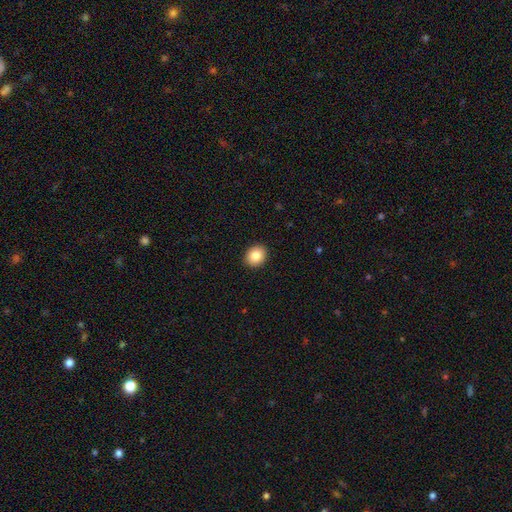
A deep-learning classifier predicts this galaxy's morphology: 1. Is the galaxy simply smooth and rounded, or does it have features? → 85% smooth, 9% star or artifact, 7% featured or disk.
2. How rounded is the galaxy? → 64% round, 36% in between, 1% cigar-shaped.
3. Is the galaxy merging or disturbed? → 92% none, 6% minor disturbance, 2% major disturbance, 1% merger.